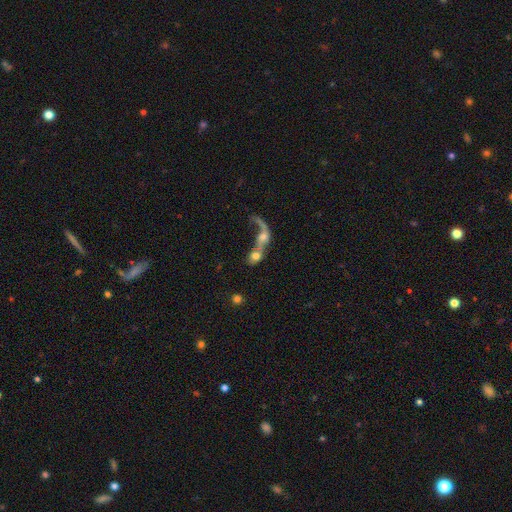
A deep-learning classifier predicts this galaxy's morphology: Smooth or featured?
  - smooth: 54% *
  - featured or disk: 36%
  - star or artifact: 11%
How rounded?
  - in between: 46% * (tied)
  - round: 46% * (tied)
  - cigar-shaped: 7%
Merging?
  - merger: 75% *
  - none: 11%
  - major disturbance: 10%
  - minor disturbance: 4%